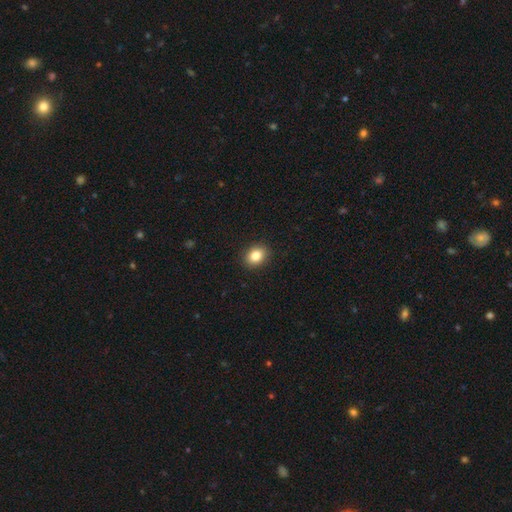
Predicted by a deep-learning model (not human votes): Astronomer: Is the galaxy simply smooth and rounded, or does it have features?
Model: smooth — 84%.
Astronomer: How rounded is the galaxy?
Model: in between — 51% (runner-up: round, 48%).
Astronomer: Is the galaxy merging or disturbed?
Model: none — 91%.